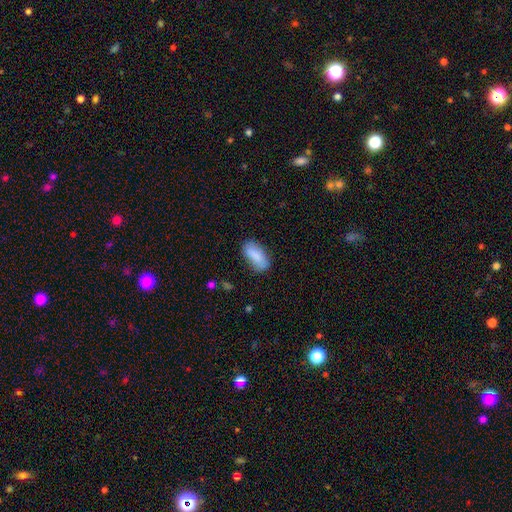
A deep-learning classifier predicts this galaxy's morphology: smooth 85%, featured or disk 8%, star or artifact 7%. Down the decision tree: how rounded — in between (88%); merging — none (74%).